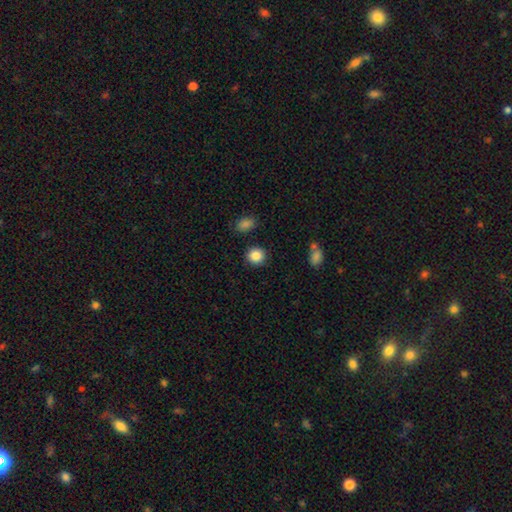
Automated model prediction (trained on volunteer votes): Smooth or featured? smooth (87%)
How rounded? round (89%)
Merging? none (89%)